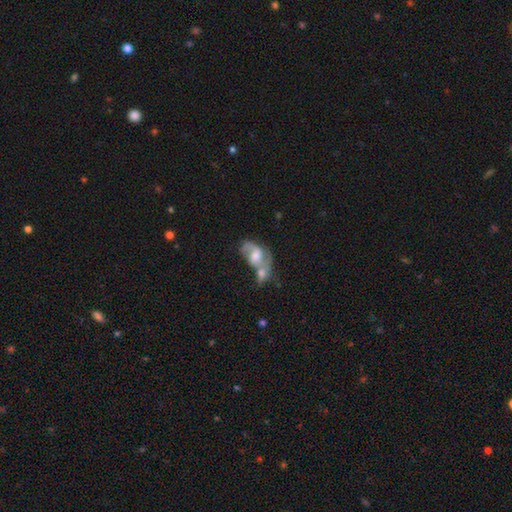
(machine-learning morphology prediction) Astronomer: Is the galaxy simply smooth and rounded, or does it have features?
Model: featured or disk — 65%.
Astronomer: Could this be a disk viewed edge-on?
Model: no — 96%.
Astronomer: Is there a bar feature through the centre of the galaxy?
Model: no — 53% (runner-up: weak, 38%).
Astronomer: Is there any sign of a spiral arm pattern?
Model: yes — 82%.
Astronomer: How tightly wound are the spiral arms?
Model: loose — 45% (runner-up: medium, 41%).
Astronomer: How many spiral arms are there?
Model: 2 — 73%.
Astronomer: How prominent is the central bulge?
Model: moderate — 48%.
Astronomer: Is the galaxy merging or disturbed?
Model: merger — 59%.